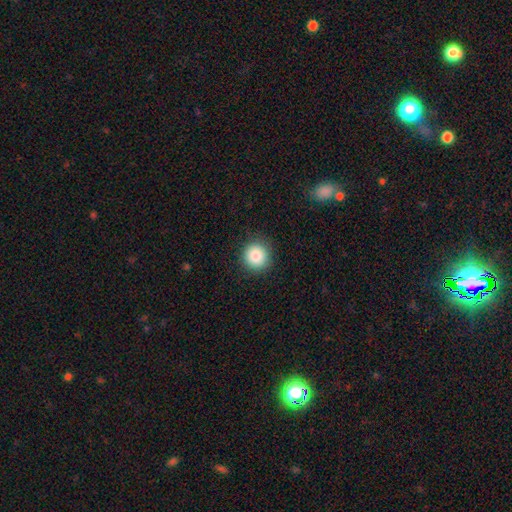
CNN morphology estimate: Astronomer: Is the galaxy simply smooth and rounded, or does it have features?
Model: smooth — 86%.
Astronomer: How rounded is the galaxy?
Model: round — 94%.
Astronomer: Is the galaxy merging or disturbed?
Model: none — 90%.